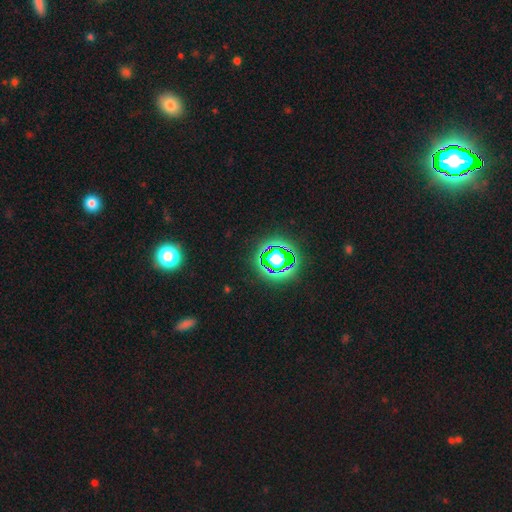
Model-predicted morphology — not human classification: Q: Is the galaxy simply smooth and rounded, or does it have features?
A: star or artifact — 80%.